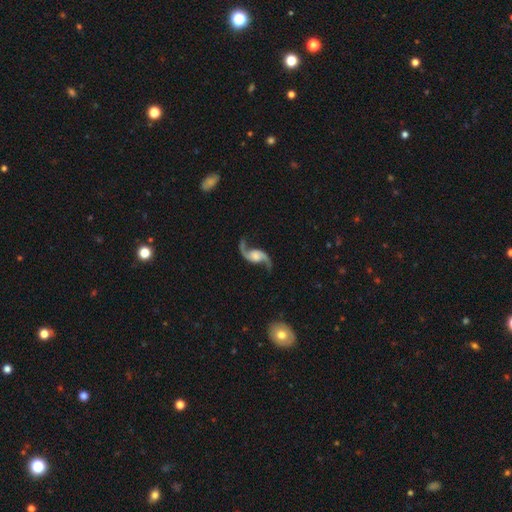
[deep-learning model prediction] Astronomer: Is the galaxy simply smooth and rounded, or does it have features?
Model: featured or disk — 92%.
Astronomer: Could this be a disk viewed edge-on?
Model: no — 97%.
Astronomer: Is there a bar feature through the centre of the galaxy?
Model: no — 59%.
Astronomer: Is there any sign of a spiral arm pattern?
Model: yes — 98%.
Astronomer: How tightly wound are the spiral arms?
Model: loose — 85%.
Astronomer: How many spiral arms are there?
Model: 2 — 94%.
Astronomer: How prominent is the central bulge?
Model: moderate — 27% (runner-up: small, 24%).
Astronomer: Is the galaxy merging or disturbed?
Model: none — 78%.